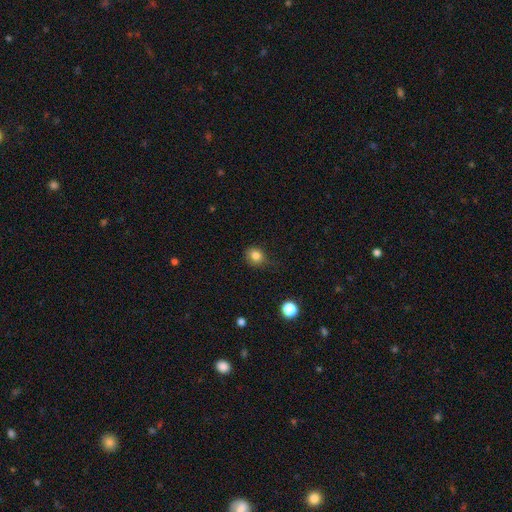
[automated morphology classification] Smooth or featured? Predicted: smooth (p=0.82). How rounded? Predicted: round (p=0.75). Merging? Predicted: none (p=0.69).